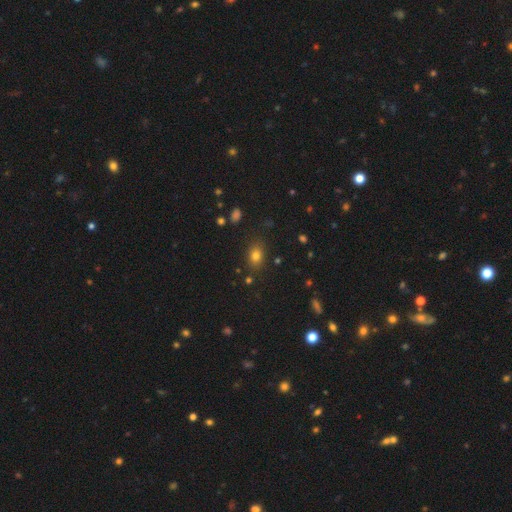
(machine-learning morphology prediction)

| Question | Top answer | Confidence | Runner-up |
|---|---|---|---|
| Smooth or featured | smooth | 78% | star or artifact (14%) |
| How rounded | in between | 67% | round (31%) |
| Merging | none | 82% | minor disturbance (12%) |